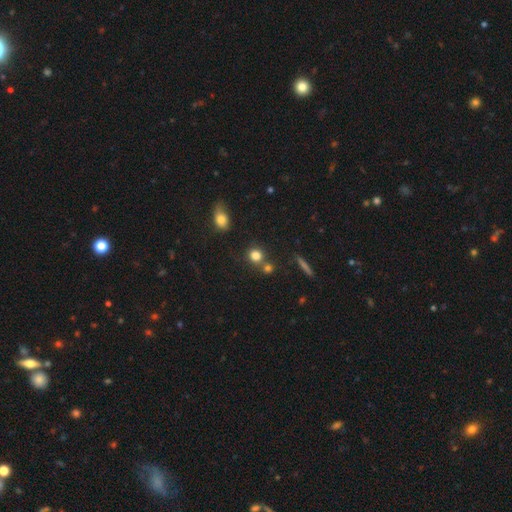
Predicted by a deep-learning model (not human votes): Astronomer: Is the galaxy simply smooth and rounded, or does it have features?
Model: smooth — 79%.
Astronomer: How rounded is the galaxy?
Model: round — 84%.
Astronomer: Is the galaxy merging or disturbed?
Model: none — 59%.